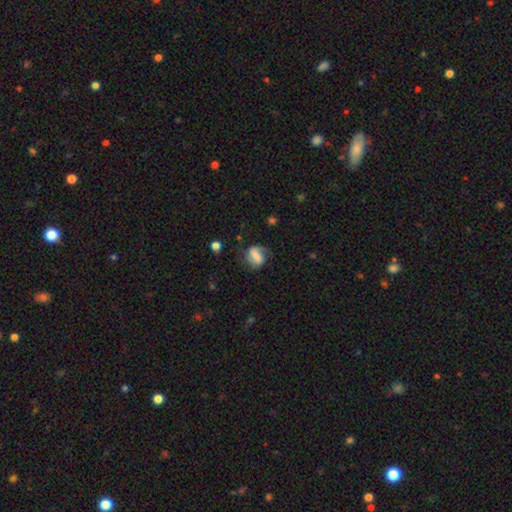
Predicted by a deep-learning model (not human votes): The model was most divided on "smooth or featured": featured or disk: 52%, smooth: 40%, star or artifact: 8%. More confident: edge-on disk — no (95%); merging — none (59%).